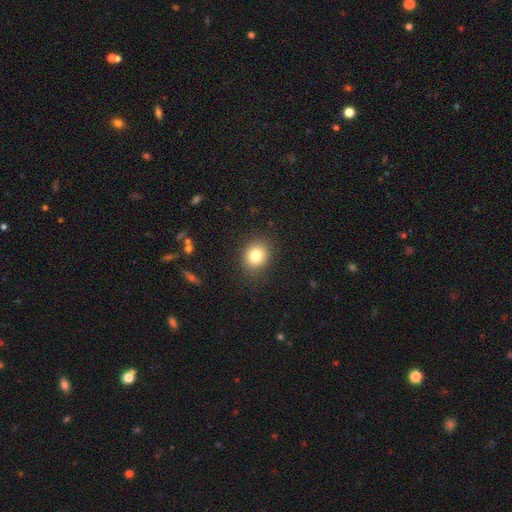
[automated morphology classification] smooth-or-featured: smooth: 80% | star or artifact: 11% | featured or disk: 9%
  how-rounded: round: 71% | in between: 28% | cigar-shaped: 1%
  merging: none: 87% | minor disturbance: 9% | major disturbance: 3% | merger: 1%